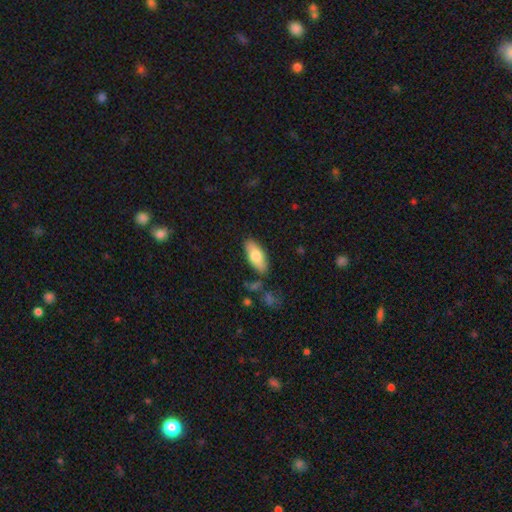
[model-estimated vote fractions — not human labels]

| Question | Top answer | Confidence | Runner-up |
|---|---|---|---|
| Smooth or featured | smooth | 76% | featured or disk (18%) |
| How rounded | in between | 83% | cigar-shaped (15%) |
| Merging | none | 82% | minor disturbance (12%) |